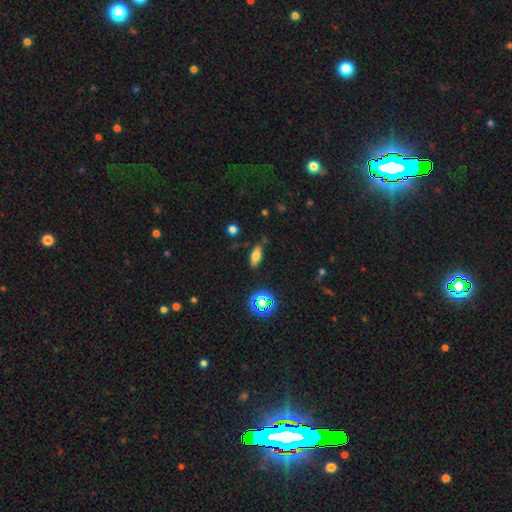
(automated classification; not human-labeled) Smooth or featured? Predicted: smooth (p=0.67). How rounded? Predicted: in between (p=0.74). Merging? Predicted: none (p=0.81).